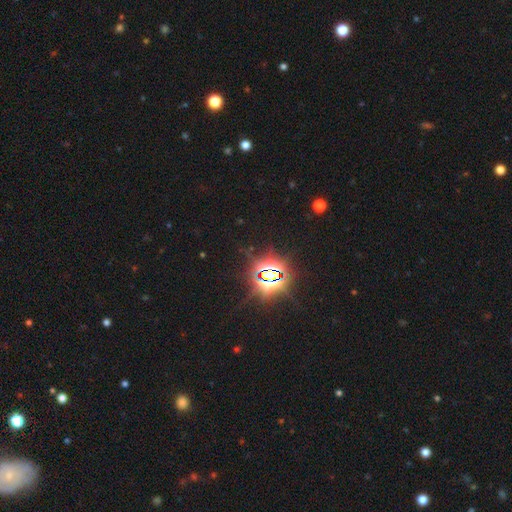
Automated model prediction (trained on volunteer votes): smooth_or_featured: star or artifact (p=0.82) [alt: smooth p=0.12]